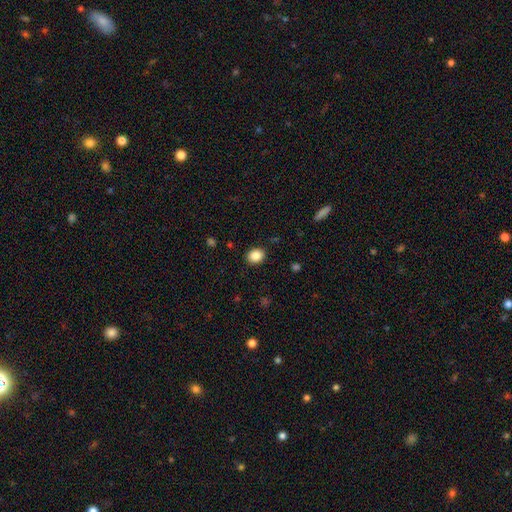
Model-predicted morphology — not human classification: A smooth galaxy with no disk features (87%) that is round (52%).

Vote fractions:
- Smooth or featured? smooth: 87% / star or artifact: 9% / featured or disk: 3%
- How rounded? round: 52% / in between: 47% / cigar-shaped: 1%
- Merging? none: 89% / minor disturbance: 8% / major disturbance: 2% / merger: 1%